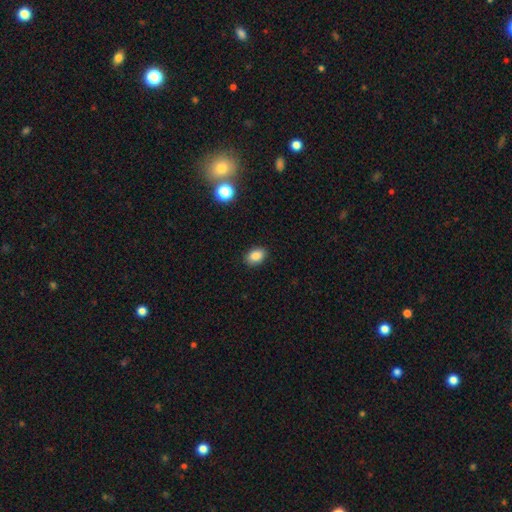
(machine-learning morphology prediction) Smooth or featured? smooth (87%)
How rounded? in between (79%)
Merging? none (89%)